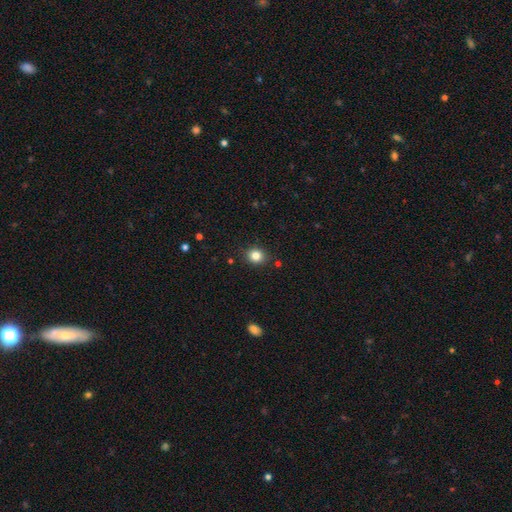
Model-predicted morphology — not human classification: smooth 83%, star or artifact 12%, featured or disk 6%. Down the decision tree: how rounded — round (75%); merging — none (88%).